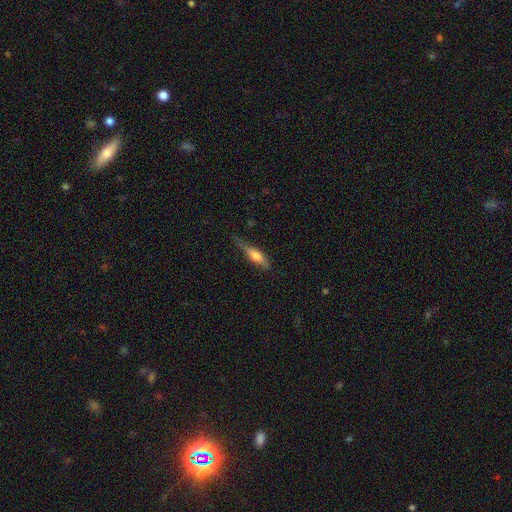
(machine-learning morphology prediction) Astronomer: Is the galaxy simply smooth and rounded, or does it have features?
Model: smooth — 54% (runner-up: featured or disk, 40%).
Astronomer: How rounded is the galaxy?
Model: cigar-shaped — 65%.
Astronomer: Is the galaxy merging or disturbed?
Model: none — 56% (runner-up: minor disturbance, 32%).